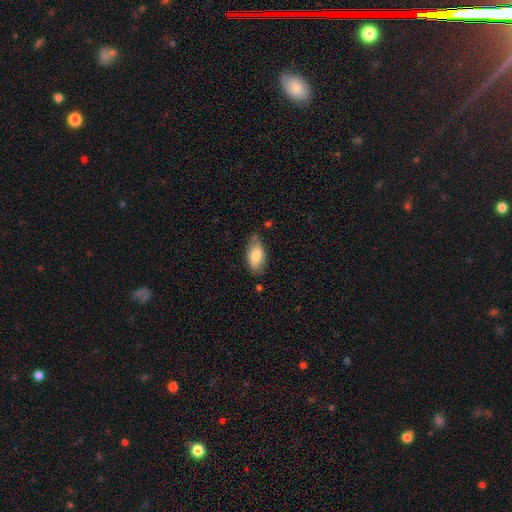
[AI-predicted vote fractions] smooth 81%, featured or disk 13%, star or artifact 6%. Down the decision tree: how rounded — in between (91%); merging — none (64%).